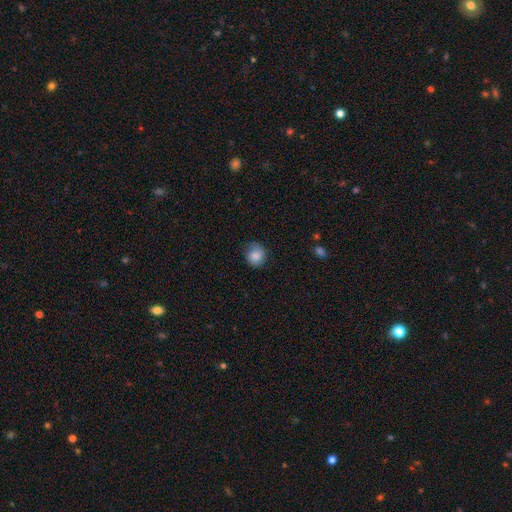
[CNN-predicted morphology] Q: Smooth or featured?
A: smooth (85%); runner-up: star or artifact (8%)
Q: How rounded?
A: round (78%); runner-up: in between (21%)
Q: Merging?
A: none (67%); runner-up: minor disturbance (25%)